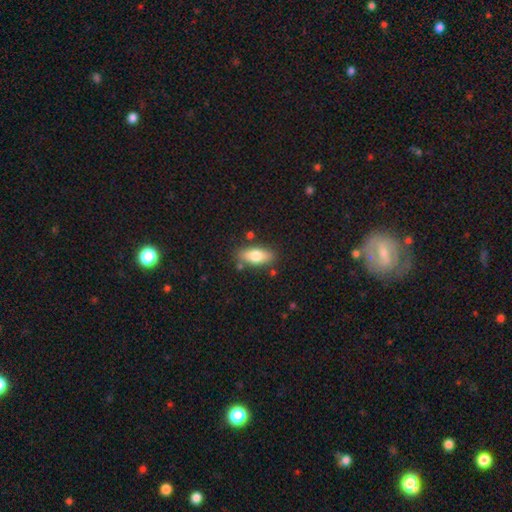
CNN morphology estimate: Smooth or featured: smooth — 75% (featured or disk — 19%)
How rounded: in between — 79% (cigar-shaped — 17%)
Merging: none — 81% (minor disturbance — 12%)